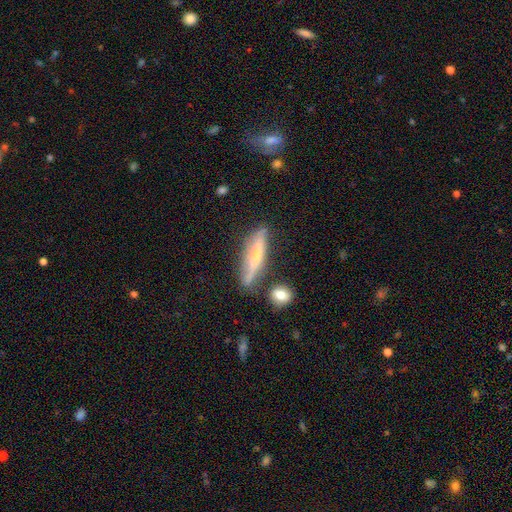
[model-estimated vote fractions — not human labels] Smooth or featured: featured or disk — 54% (smooth — 39%)
Edge-on disk: yes — 85% (no — 15%)
Merging: none — 72% (minor disturbance — 17%)